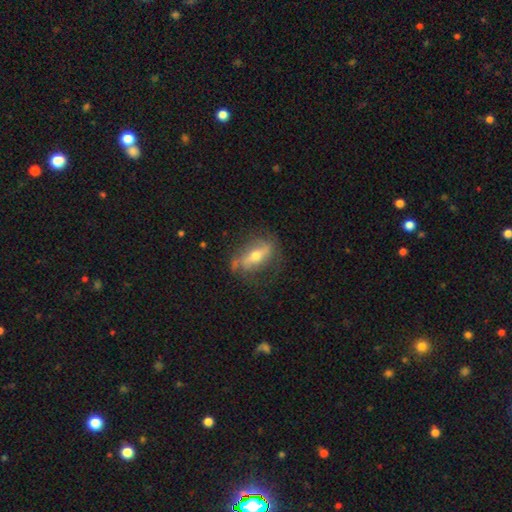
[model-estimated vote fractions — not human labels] Smooth or featured? Predicted: featured or disk (p=0.65). Edge-on disk? Predicted: no (p=0.70). Merging? Predicted: none (p=0.63).